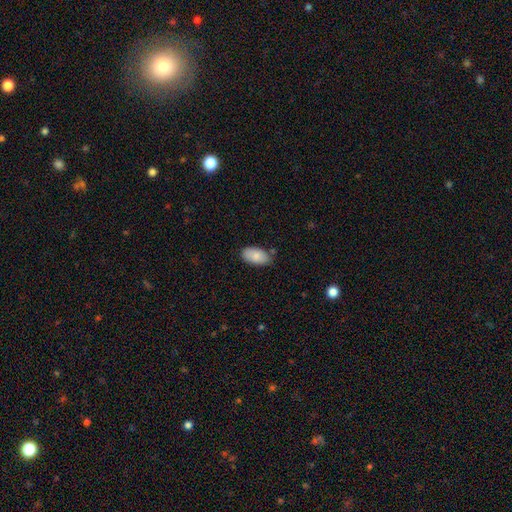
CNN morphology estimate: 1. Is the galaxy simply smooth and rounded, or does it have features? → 84% smooth, 9% featured or disk, 7% star or artifact.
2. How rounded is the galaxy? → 95% in between, 3% round, 2% cigar-shaped.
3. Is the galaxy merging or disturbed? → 77% none, 17% minor disturbance, 3% merger, 3% major disturbance.